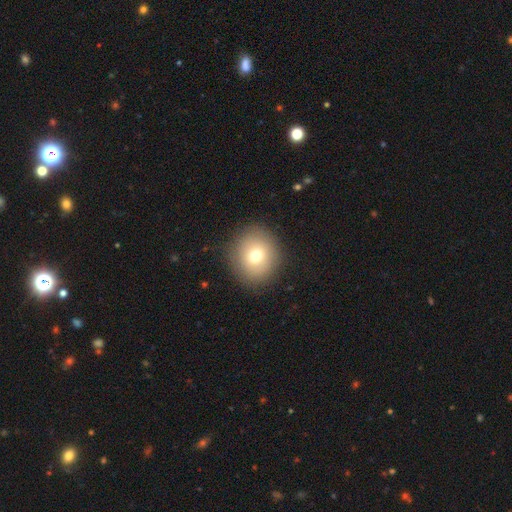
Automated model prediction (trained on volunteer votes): smooth_or_featured: smooth (p=0.73) [alt: featured or disk p=0.15]
how_rounded: round (p=0.86) [alt: in between p=0.13]
merging: none (p=0.88) [alt: minor disturbance p=0.08]